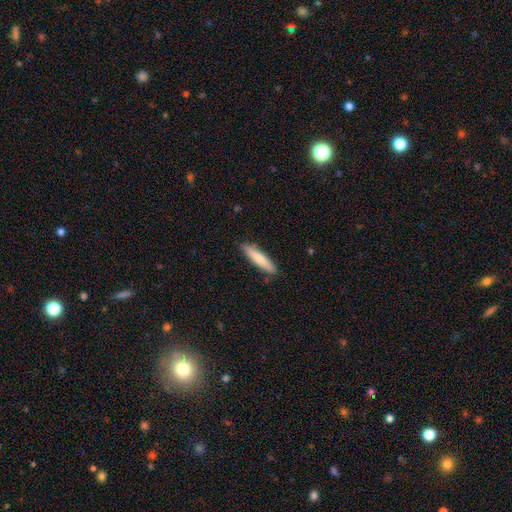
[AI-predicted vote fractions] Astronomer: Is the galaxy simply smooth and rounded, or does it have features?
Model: smooth — 76%.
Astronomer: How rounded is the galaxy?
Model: cigar-shaped — 85%.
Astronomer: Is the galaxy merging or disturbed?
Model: none — 90%.